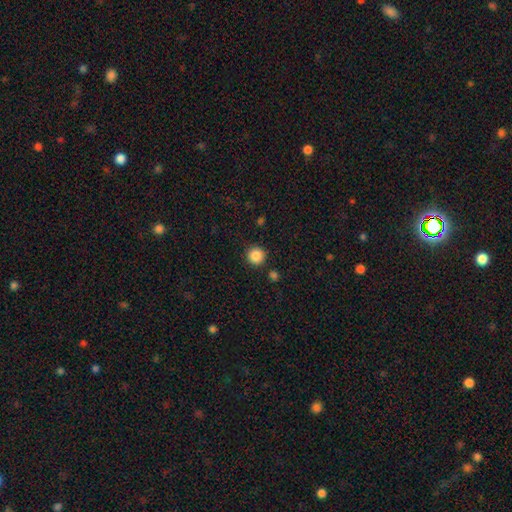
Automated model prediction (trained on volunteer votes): This is clearly a smooth galaxy (86%). How rounded: clearly round (95%). Merging: clearly none (89%).